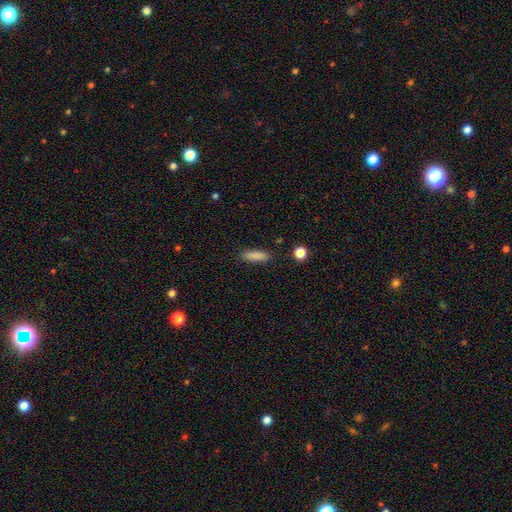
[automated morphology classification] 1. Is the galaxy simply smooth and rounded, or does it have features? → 86% smooth, 8% star or artifact, 6% featured or disk.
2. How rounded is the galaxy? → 58% cigar-shaped, 40% in between, 2% round.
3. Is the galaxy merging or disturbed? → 87% none, 9% minor disturbance, 2% major disturbance, 2% merger.